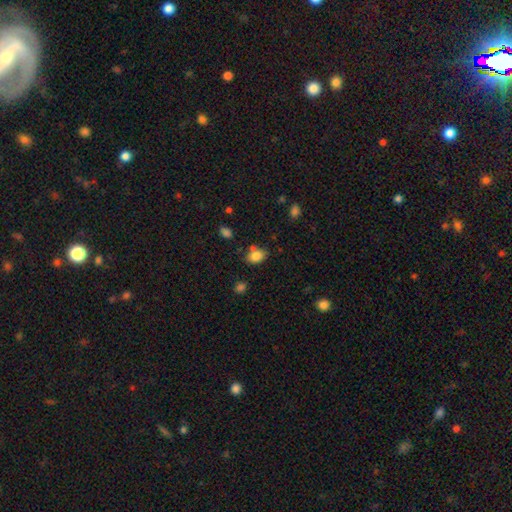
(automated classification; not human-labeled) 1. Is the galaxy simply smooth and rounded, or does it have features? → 83% smooth, 10% star or artifact, 7% featured or disk.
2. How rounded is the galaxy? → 73% in between, 26% round, 1% cigar-shaped.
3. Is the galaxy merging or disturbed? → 69% none, 16% minor disturbance, 10% merger, 4% major disturbance.